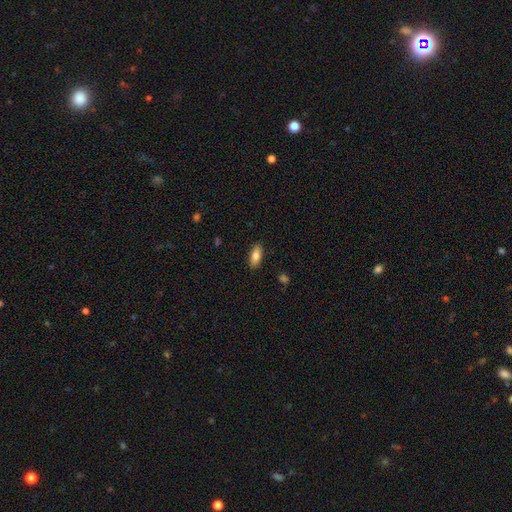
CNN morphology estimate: This appears to be a smooth galaxy with no disk features (81%) that is in between round and cigar-shaped (85%). Merging: none (88%).